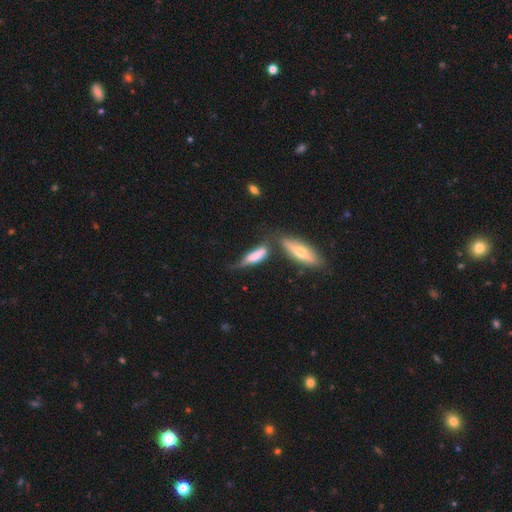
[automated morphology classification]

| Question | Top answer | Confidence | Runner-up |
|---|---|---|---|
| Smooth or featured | smooth | 60% | featured or disk (32%) |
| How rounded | cigar-shaped | 59% | in between (39%) |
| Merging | none | 34% | merger (26%) |